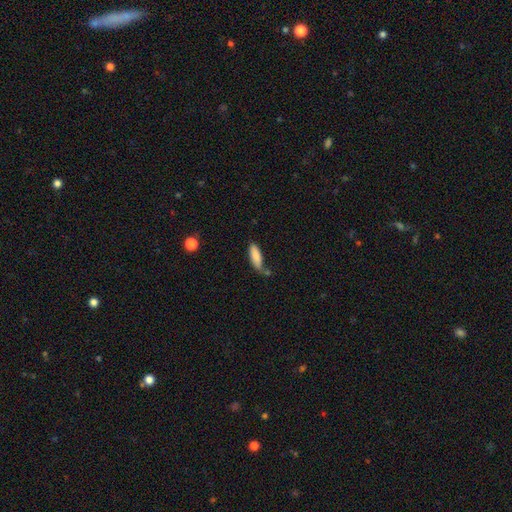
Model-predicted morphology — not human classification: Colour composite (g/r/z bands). It shows a smooth galaxy with no disk features (84%) that is in between round and cigar-shaped (56%). Merging: none (56%).